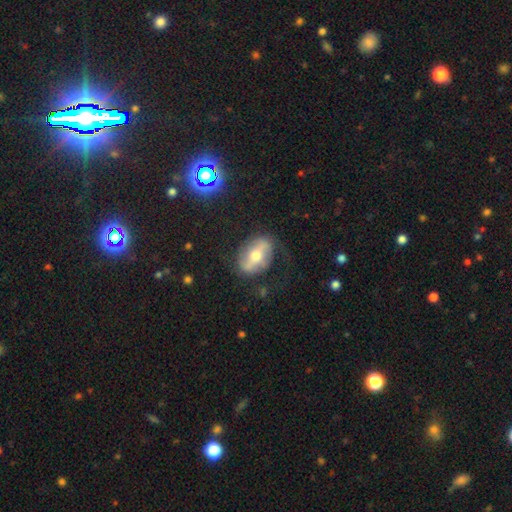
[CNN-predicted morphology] Smooth or featured? featured or disk (61%)
Edge-on disk? no (82%)
Bar? strong (60%)
Spiral arms? no (54%)
Bulge size? moderate (70%)
Merging? none (72%)